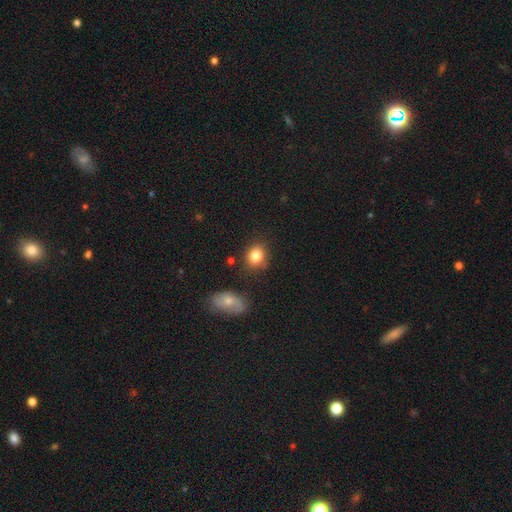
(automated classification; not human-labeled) Morphology: type=smooth (84%); roundness=round (60%); merging=none (76%).